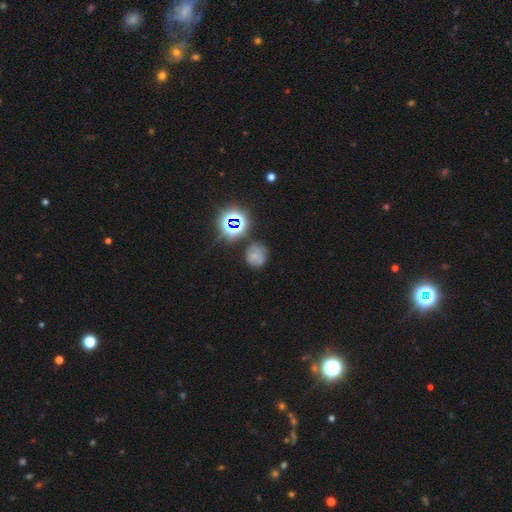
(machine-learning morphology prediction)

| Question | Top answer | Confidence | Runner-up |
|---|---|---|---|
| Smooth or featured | smooth | 55% | star or artifact (27%) |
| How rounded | round | 80% | in between (19%) |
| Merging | none | 62% | minor disturbance (22%) |